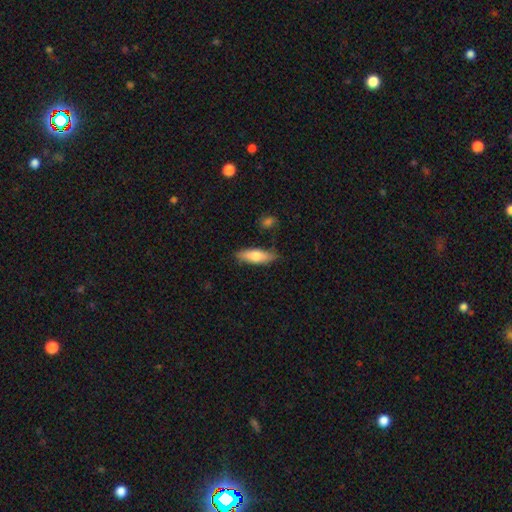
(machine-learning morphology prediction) smooth 74%, featured or disk 20%, star or artifact 6%. Down the decision tree: how rounded — in between (55%); merging — none (80%).